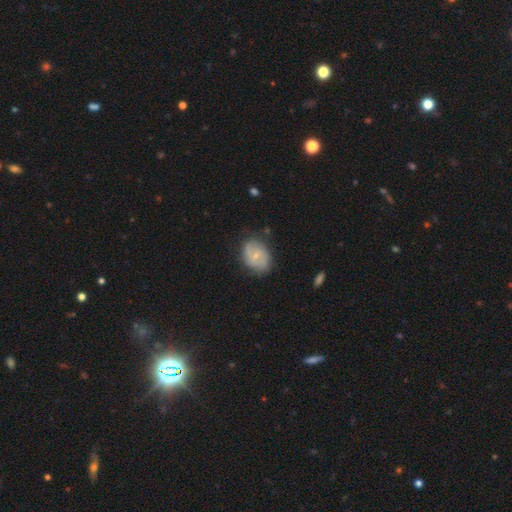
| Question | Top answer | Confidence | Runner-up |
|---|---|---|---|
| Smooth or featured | featured or disk | 60% | smooth (38%) |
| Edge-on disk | no | 100% | — |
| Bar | no | 50% | weak (46%) |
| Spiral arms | yes | 62% | no (38%) |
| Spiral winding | loose | 40% | medium (33%) |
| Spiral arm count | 2 | 67% | can't tell (27%) |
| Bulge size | small | 67% | moderate (29%) |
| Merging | none | 72% | minor disturbance (21%) |